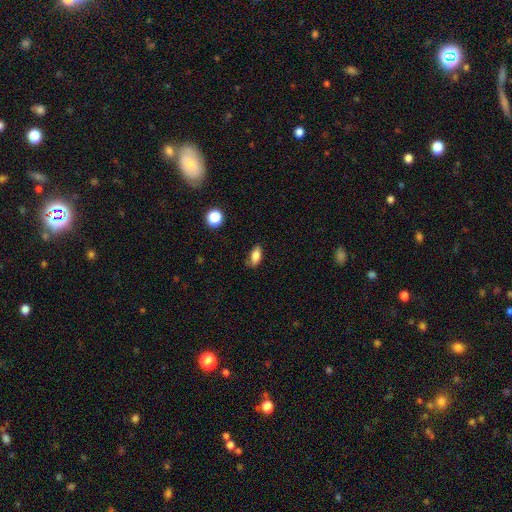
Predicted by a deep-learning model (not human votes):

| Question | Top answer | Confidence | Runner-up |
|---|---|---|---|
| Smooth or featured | smooth | 82% | featured or disk (9%) |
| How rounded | in between | 84% | cigar-shaped (11%) |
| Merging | none | 75% | minor disturbance (19%) |